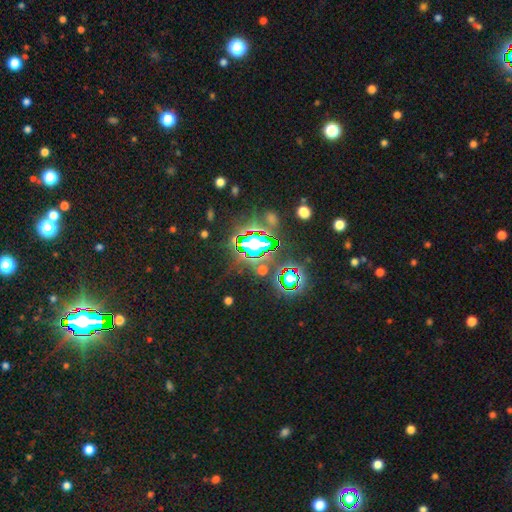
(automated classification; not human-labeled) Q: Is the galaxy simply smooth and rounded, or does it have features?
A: star or artifact — 83%.